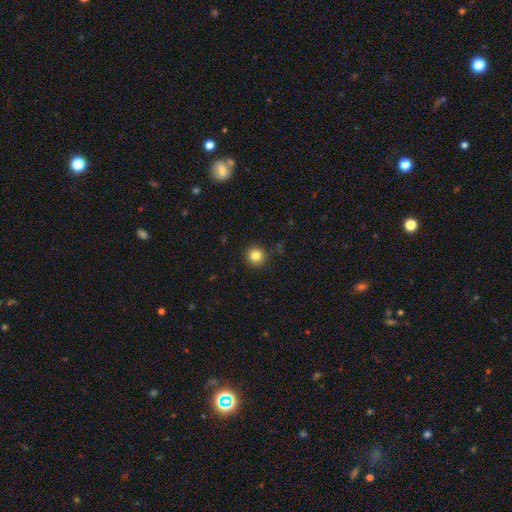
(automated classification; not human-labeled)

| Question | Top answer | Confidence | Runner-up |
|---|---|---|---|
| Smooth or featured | smooth | 83% | star or artifact (11%) |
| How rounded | round | 95% | in between (4%) |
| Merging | none | 91% | minor disturbance (6%) |